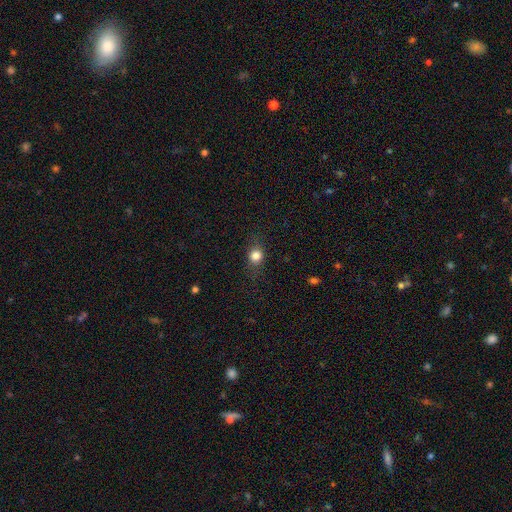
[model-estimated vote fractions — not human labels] Smooth or featured? smooth (78%)
How rounded? round (67%)
Merging? none (79%)